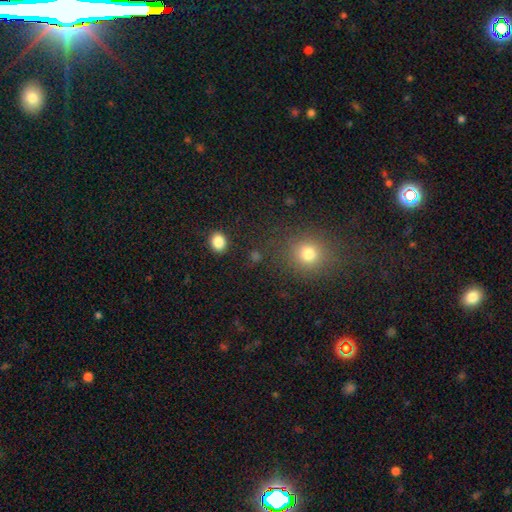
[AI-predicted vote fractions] This is likely a smooth galaxy (75%). How rounded: likely round (78%). Merging: clearly none (87%).